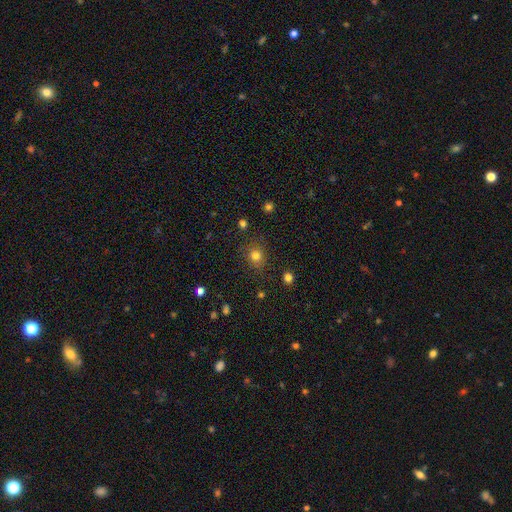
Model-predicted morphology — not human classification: A smooth galaxy with no disk features (79%) that is round (77%).

Vote fractions:
- Smooth or featured? smooth: 79% / star or artifact: 15% / featured or disk: 6%
- How rounded? round: 77% / in between: 23% / cigar-shaped: 1%
- Merging? none: 82% / minor disturbance: 12% / major disturbance: 4% / merger: 2%